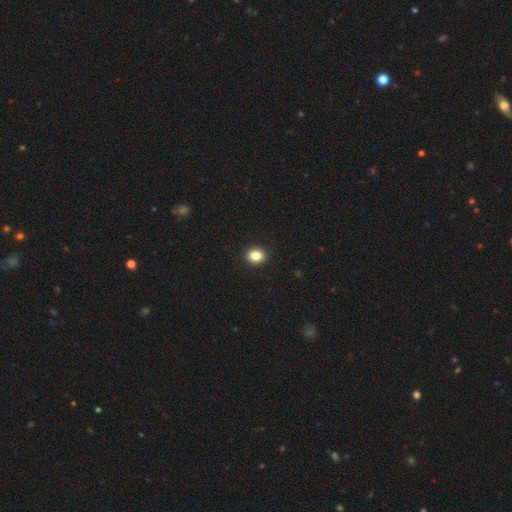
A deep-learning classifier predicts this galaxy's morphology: Overall: smooth (85%). How rounded: round (67%; in between 32%). Merging: none (92%).